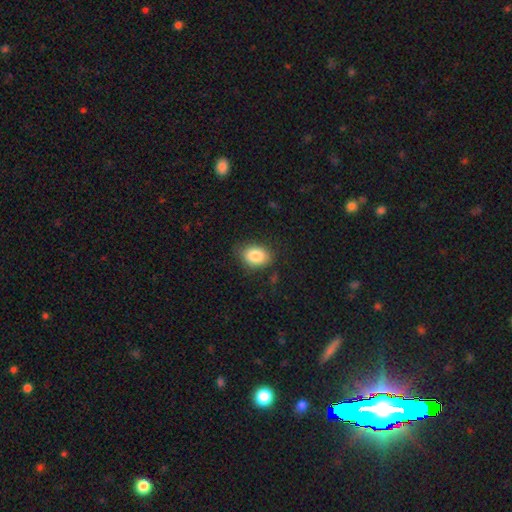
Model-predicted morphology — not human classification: Q: Smooth or featured?
A: smooth (86%); runner-up: star or artifact (8%)
Q: How rounded?
A: in between (73%); runner-up: round (26%)
Q: Merging?
A: none (81%); runner-up: minor disturbance (14%)